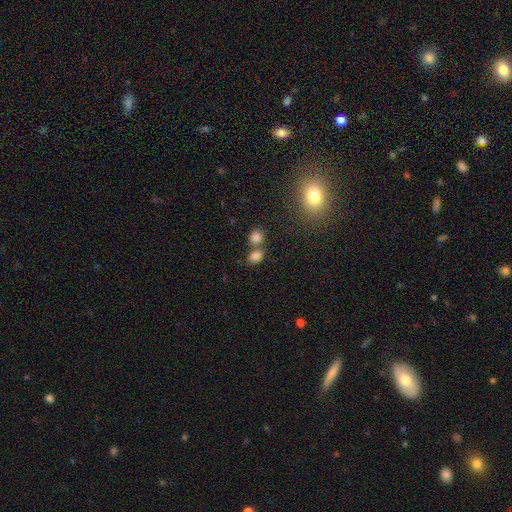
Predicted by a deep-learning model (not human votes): The model was most divided on "merging": none: 47%, merger: 39%, minor disturbance: 10%, major disturbance: 4%. More confident: smooth or featured — smooth (80%); how rounded — in between (64%).